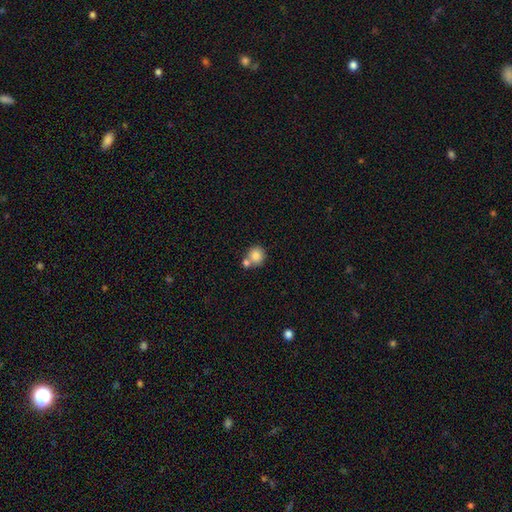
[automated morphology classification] Smooth or featured: smooth — 82% (star or artifact — 9%)
How rounded: round — 88% (in between — 11%)
Merging: none — 53% (merger — 36%)